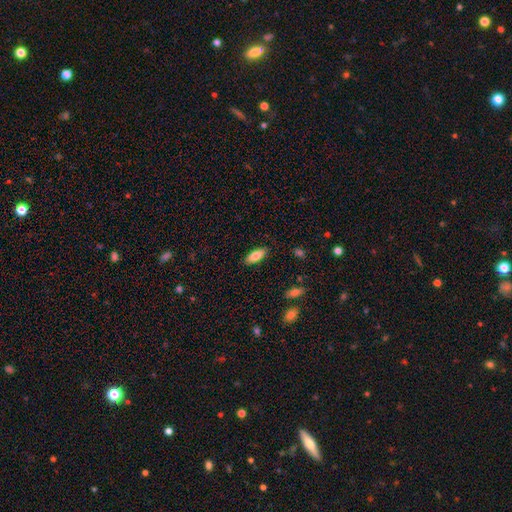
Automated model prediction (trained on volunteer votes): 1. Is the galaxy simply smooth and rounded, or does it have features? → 82% smooth, 12% featured or disk, 7% star or artifact.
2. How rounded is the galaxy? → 77% in between, 21% cigar-shaped, 2% round.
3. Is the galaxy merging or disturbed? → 87% none, 10% minor disturbance, 2% major disturbance, 1% merger.